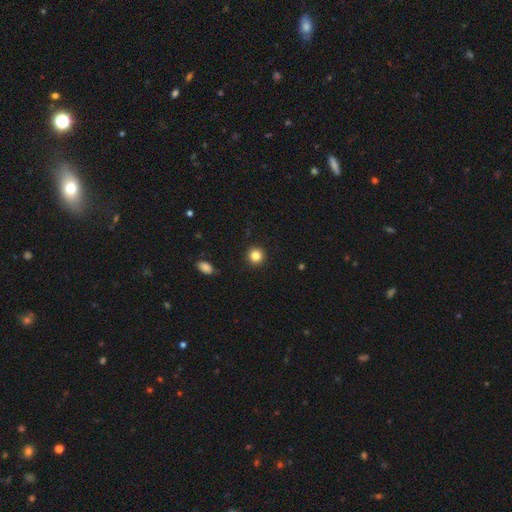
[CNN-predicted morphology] Overall: smooth (84%). How rounded: round (93%). Merging: none (92%).